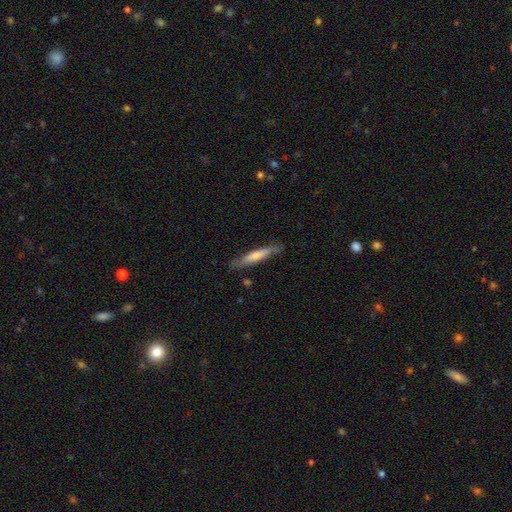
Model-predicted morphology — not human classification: A smooth galaxy with no disk features (63%) that is cigar-shaped (90%).

Vote fractions:
- Smooth or featured? smooth: 63% / featured or disk: 32% / star or artifact: 5%
- How rounded? cigar-shaped: 90% / in between: 8% / round: 1%
- Merging? none: 80% / minor disturbance: 15% / major disturbance: 3% / merger: 2%